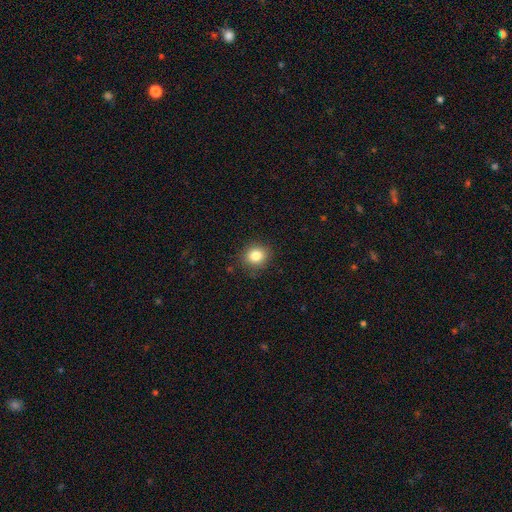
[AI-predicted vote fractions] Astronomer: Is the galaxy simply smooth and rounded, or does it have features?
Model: smooth — 83%.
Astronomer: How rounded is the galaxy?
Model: round — 81%.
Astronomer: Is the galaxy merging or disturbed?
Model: none — 88%.